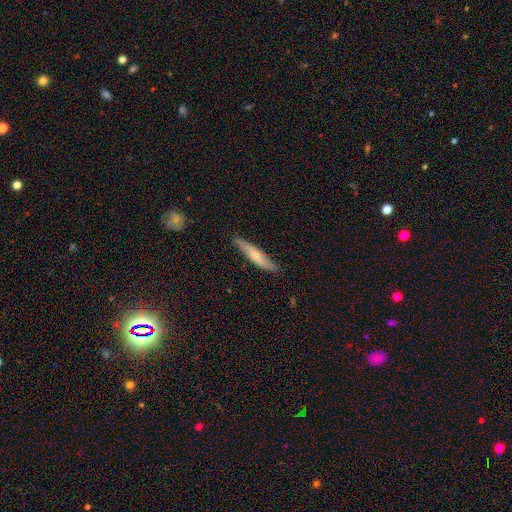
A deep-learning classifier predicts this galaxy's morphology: The model was most divided on "smooth or featured": smooth: 56%, featured or disk: 39%, star or artifact: 5%. More confident: how rounded — cigar-shaped (89%); merging — none (80%).